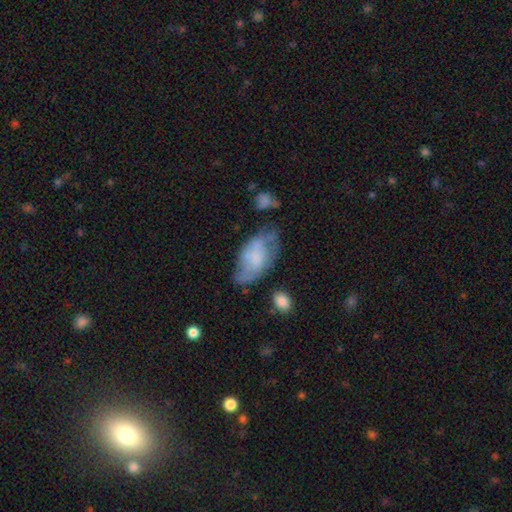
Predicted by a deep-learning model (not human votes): smooth 52%, featured or disk 40%, star or artifact 8%. Down the decision tree: how rounded — in between (93%); merging — none (39%).